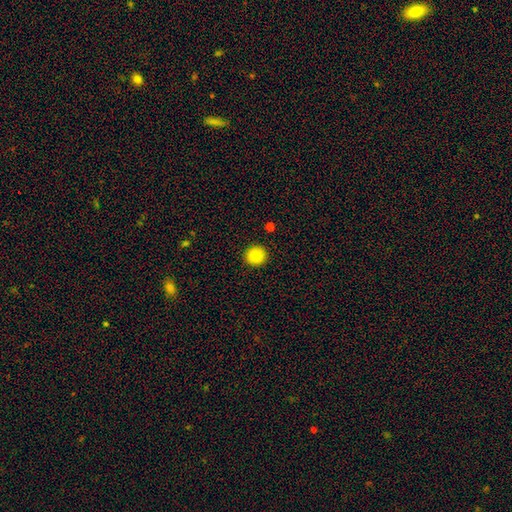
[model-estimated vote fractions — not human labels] Q: Smooth or featured?
A: smooth (88%); runner-up: star or artifact (9%)
Q: How rounded?
A: round (91%); runner-up: in between (8%)
Q: Merging?
A: none (92%); runner-up: minor disturbance (5%)